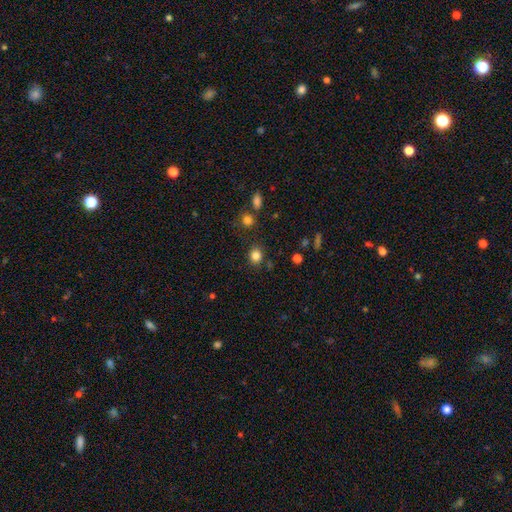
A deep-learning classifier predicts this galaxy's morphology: This appears to be a smooth galaxy with no disk features (83%) that is round (75%). Merging: none (83%).